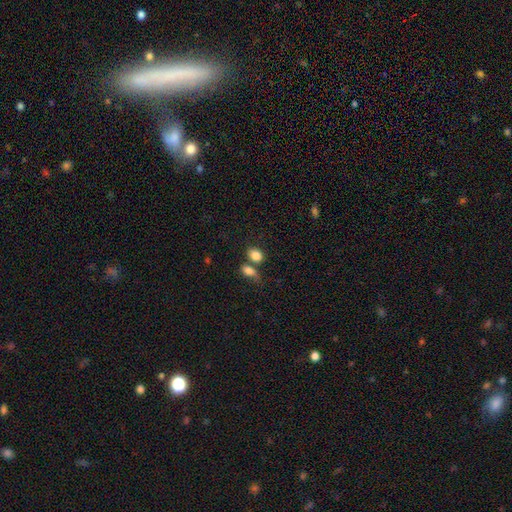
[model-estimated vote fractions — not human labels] The model was most divided on "merging": none: 45%, merger: 37%, minor disturbance: 12%, major disturbance: 6%. More confident: smooth or featured — smooth (83%); how rounded — in between (72%).